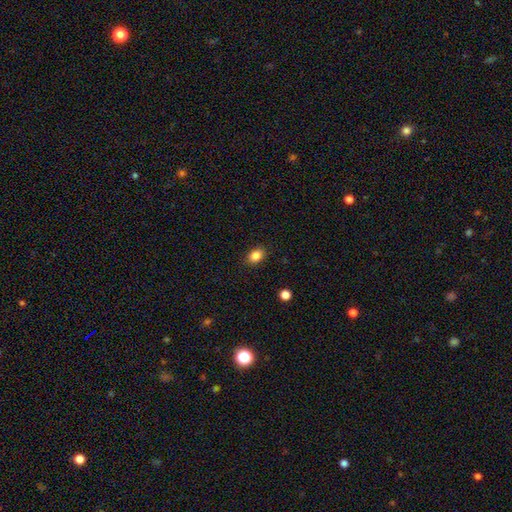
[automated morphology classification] Overall: smooth (86%). How rounded: in between (71%). Merging: none (88%).